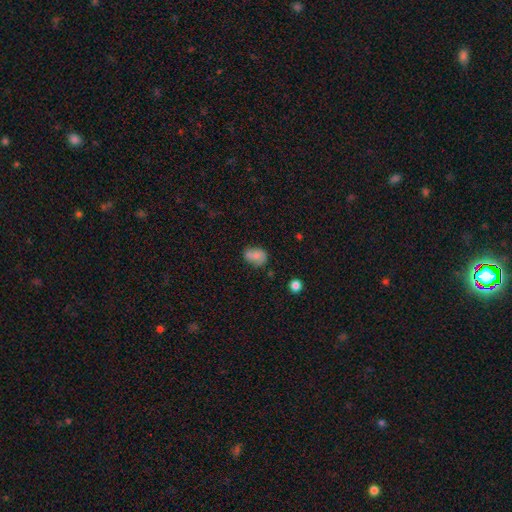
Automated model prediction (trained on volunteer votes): The model was most divided on "how rounded": in between: 63%, round: 36%, cigar-shaped: 1%. More confident: smooth or featured — smooth (59%); merging — none (56%).